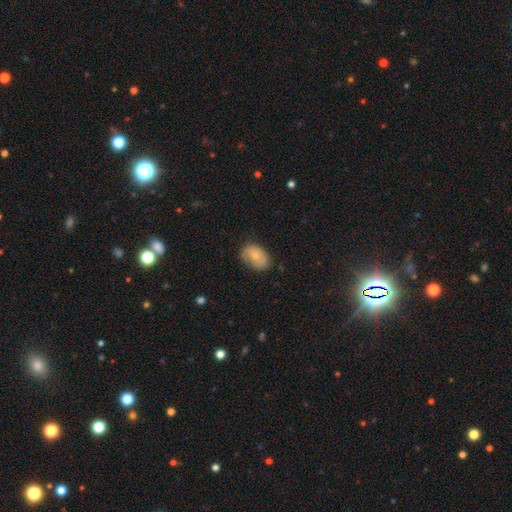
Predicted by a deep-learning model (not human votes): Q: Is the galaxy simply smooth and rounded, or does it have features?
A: smooth — 72%.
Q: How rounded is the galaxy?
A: in between — 84%.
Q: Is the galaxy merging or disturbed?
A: none — 65%.